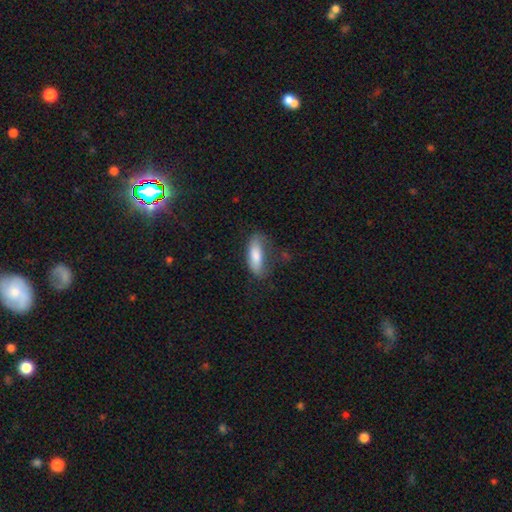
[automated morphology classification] A smooth galaxy with no disk features (76%) that is in between round and cigar-shaped (65%). Merging: none (56%).